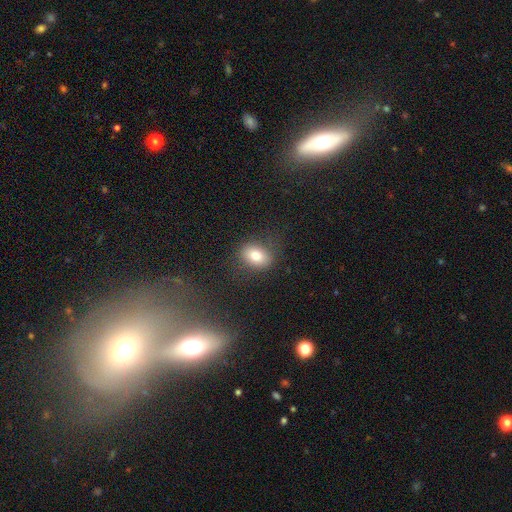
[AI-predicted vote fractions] smooth_or_featured: smooth (p=0.78) [alt: star or artifact p=0.11]
how_rounded: in between (p=0.64) [alt: round p=0.35]
merging: none (p=0.78) [alt: minor disturbance p=0.14]